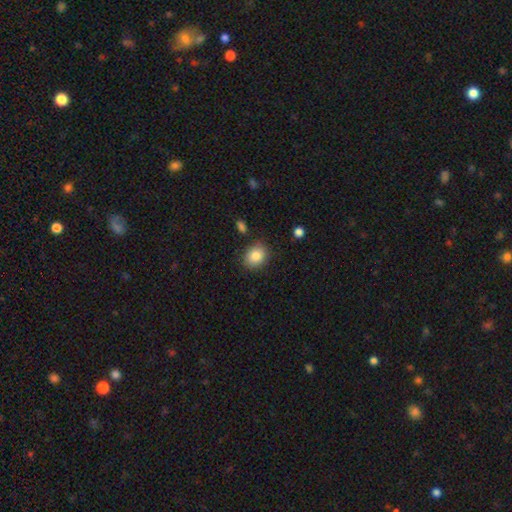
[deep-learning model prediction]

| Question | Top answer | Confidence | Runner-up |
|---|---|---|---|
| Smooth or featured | smooth | 84% | star or artifact (9%) |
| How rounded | round | 55% | in between (45%) |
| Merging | none | 85% | minor disturbance (10%) |